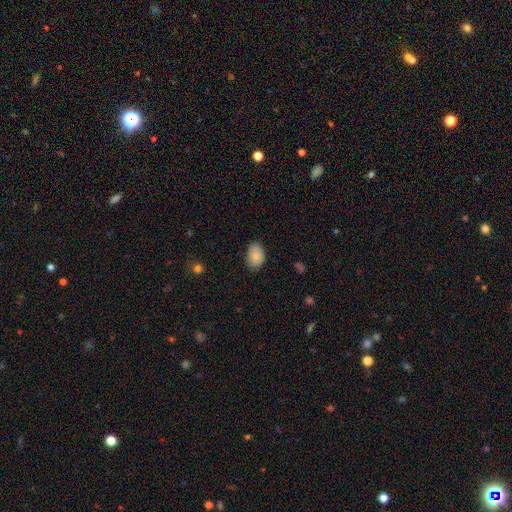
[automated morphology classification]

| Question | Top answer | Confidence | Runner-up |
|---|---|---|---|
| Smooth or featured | smooth | 85% | featured or disk (8%) |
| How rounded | in between | 83% | round (16%) |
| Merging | none | 78% | minor disturbance (18%) |